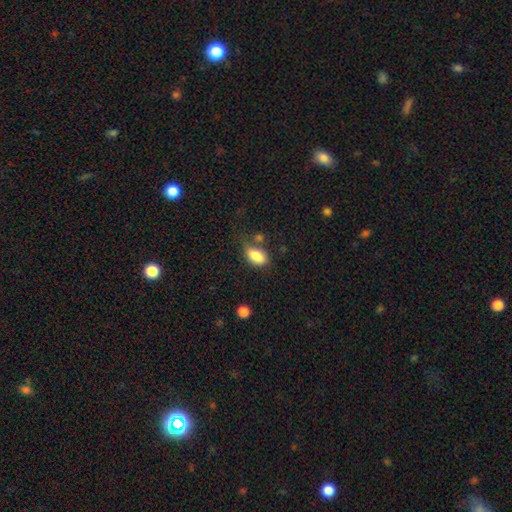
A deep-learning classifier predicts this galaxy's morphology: A smooth galaxy with no disk features (83%) that is in between round and cigar-shaped (89%). Merging: none (55%).